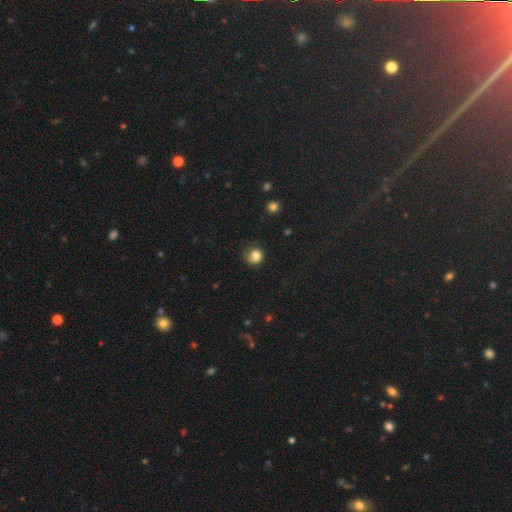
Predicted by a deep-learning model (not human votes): smooth_or_featured: smooth (p=0.82) [alt: star or artifact p=0.12]
how_rounded: round (p=0.89) [alt: in between p=0.10]
merging: none (p=0.80) [alt: minor disturbance p=0.15]